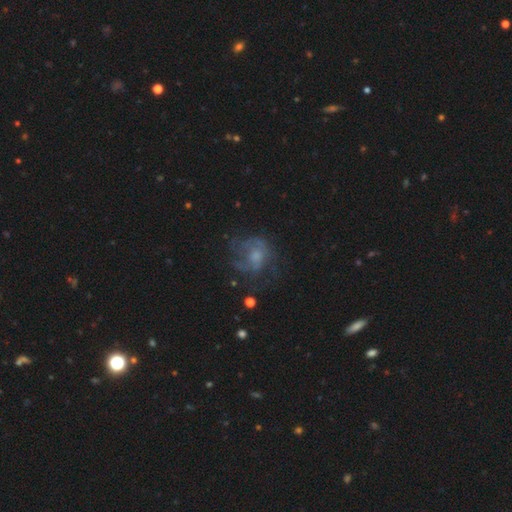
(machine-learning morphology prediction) A featured or disk galaxy (55%) with no bar (78%), spiral arms (58%) and a moderate central bulge (44%).

Vote fractions:
- Smooth or featured? featured or disk: 55% / smooth: 31% / star or artifact: 14%
- Edge-on disk? no: 97% / yes: 3%
- Bar? no: 78% / weak: 19% / strong: 3%
- Spiral arms? yes: 58% / no: 42%
- Bulge size? moderate: 44% / small: 34% / none: 13% / large: 7% / dominant: 1%
- Merging? none: 50% / major disturbance: 27% / minor disturbance: 20% / merger: 2%